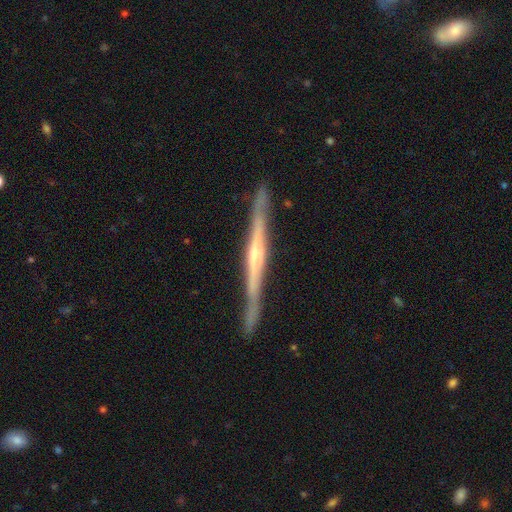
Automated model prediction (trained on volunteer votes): Smooth or featured: featured or disk — 82% (smooth — 13%)
Edge-on disk: yes — 98% (no — 2%)
Edge-on bulge: rounded — 57% (none — 27%)
Merging: none — 88% (minor disturbance — 9%)